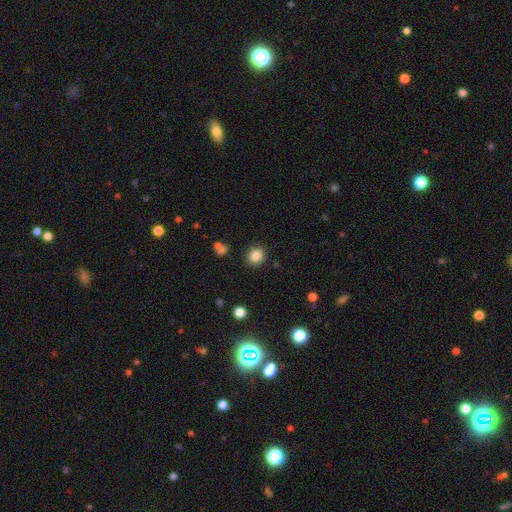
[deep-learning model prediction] A smooth galaxy with no disk features (85%) that is round (87%).

Vote fractions:
- Smooth or featured? smooth: 85% / star or artifact: 11% / featured or disk: 5%
- How rounded? round: 87% / in between: 12% / cigar-shaped: 1%
- Merging? none: 88% / minor disturbance: 7% / major disturbance: 2% / merger: 2%